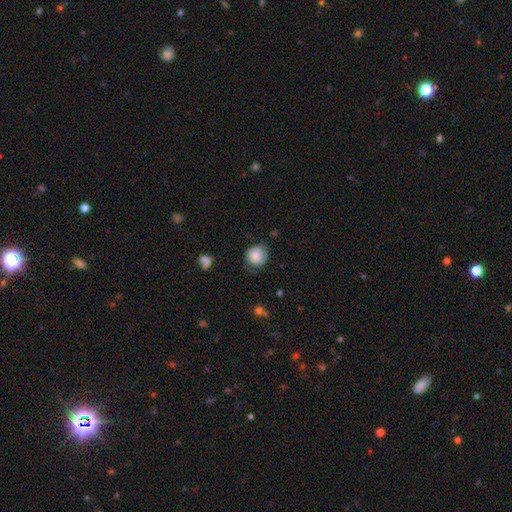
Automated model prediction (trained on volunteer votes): Smooth or featured?
  - smooth: 64% *
  - featured or disk: 28%
  - star or artifact: 8%
How rounded?
  - round: 77% *
  - in between: 22%
  - cigar-shaped: 1%
Merging?
  - none: 62% *
  - minor disturbance: 27%
  - major disturbance: 9%
  - merger: 2%